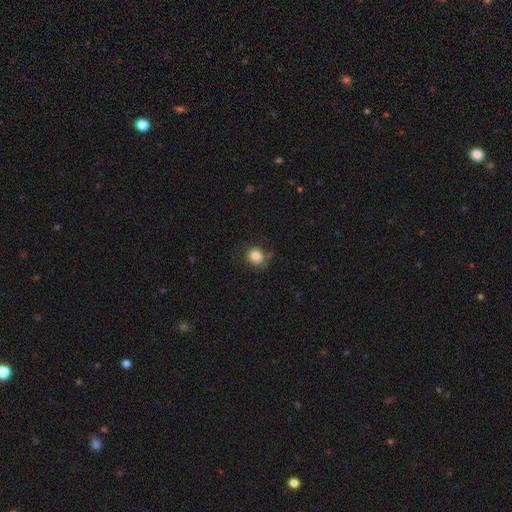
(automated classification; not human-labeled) Morphology: type=smooth (83%); roundness=round (68%); merging=none (64%).